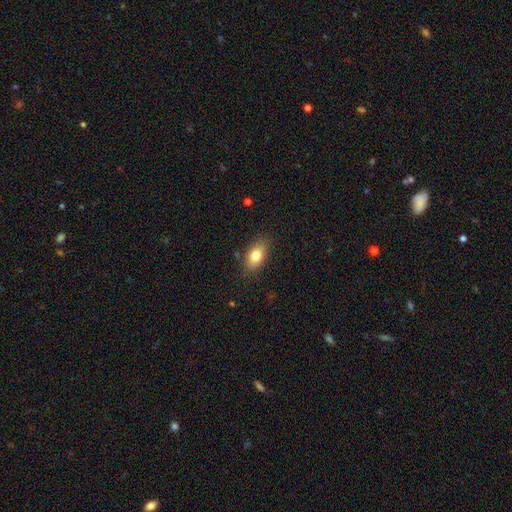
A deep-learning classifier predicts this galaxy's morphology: This appears to be a smooth galaxy with no disk features (78%) that is in between round and cigar-shaped (86%). Merging: none (83%).